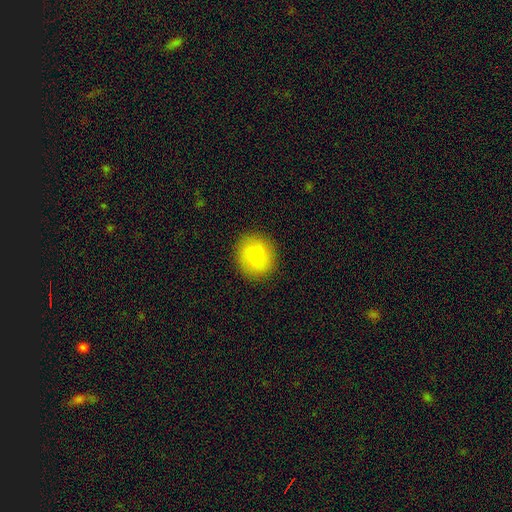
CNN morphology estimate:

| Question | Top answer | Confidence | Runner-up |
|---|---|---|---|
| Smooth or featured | smooth | 84% | featured or disk (8%) |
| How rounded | round | 86% | in between (13%) |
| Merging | none | 89% | minor disturbance (8%) |